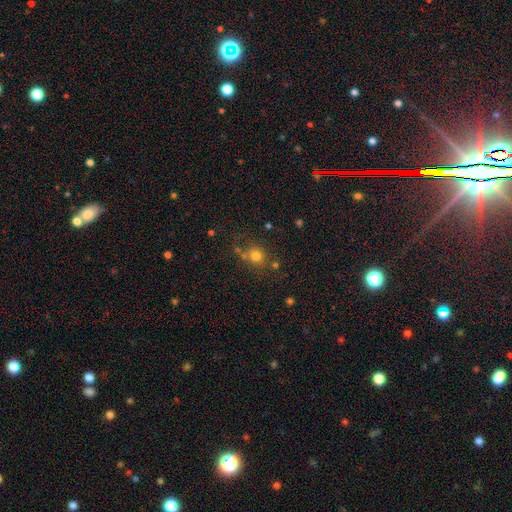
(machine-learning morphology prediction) A smooth galaxy with no disk features (75%) that is round (82%).

Vote fractions:
- Smooth or featured? smooth: 75% / star or artifact: 15% / featured or disk: 10%
- How rounded? round: 82% / in between: 17% / cigar-shaped: 1%
- Merging? none: 67% / minor disturbance: 14% / merger: 12% / major disturbance: 7%